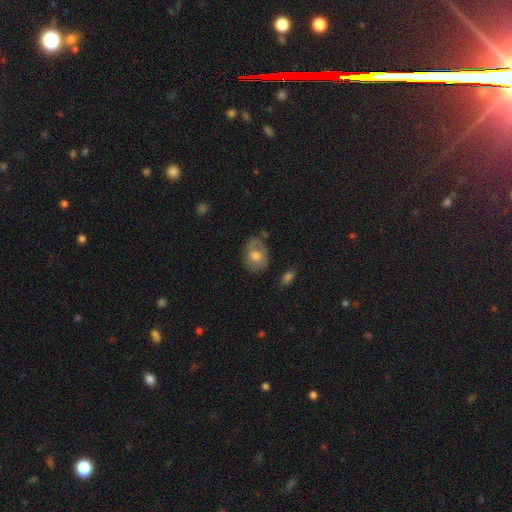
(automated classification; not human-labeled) smooth-or-featured: smooth: 60% | featured or disk: 33% | star or artifact: 8%
  how-rounded: in between: 62% | round: 36% | cigar-shaped: 1%
  merging: none: 58% | minor disturbance: 27% | major disturbance: 10% | merger: 5%